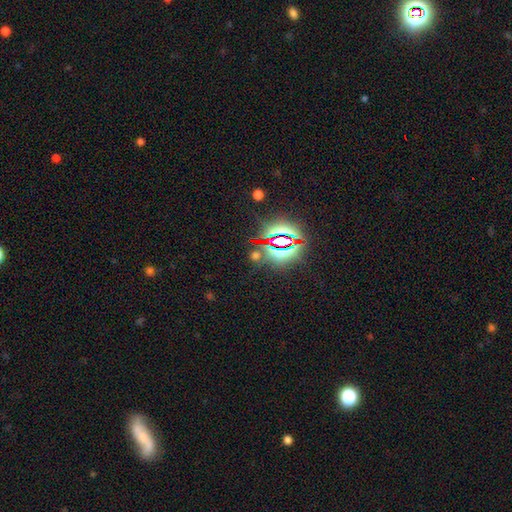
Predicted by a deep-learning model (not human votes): A star or artifact, not a galaxy (64%).

Vote fractions:
- Smooth or featured? star or artifact: 64% / smooth: 29% / featured or disk: 7%